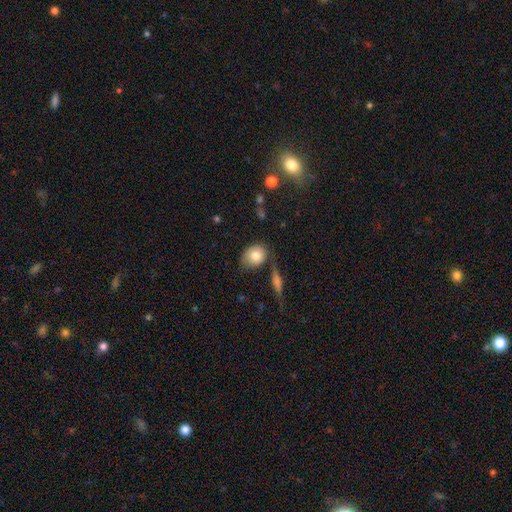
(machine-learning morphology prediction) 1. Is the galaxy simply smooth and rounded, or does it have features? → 80% smooth, 12% featured or disk, 8% star or artifact.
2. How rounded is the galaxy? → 53% in between, 46% round, 2% cigar-shaped.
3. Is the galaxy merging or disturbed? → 57% none, 26% minor disturbance, 9% merger, 8% major disturbance.